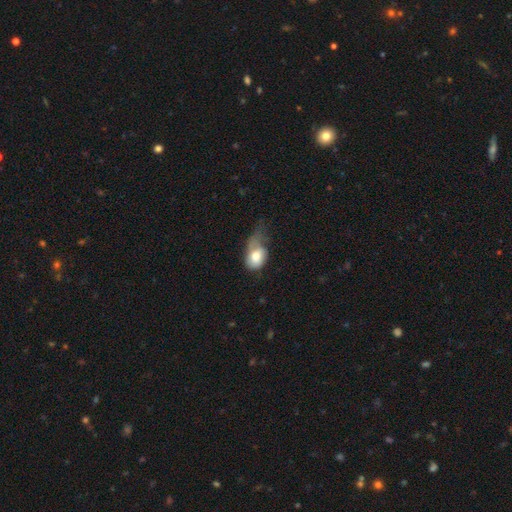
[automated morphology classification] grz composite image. It shows a smooth galaxy with no disk features (72%) that is in between round and cigar-shaped (75%). Merging: major disturbance (49%).